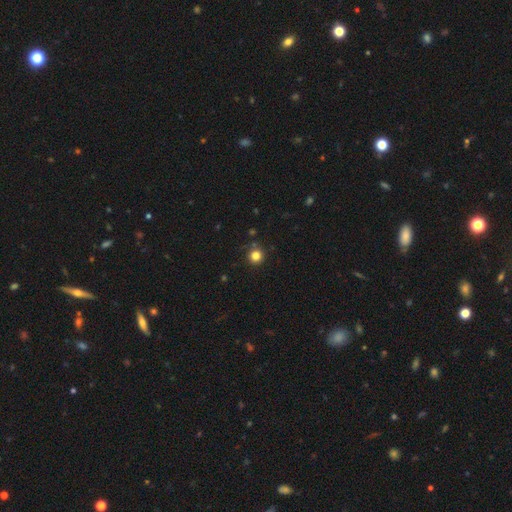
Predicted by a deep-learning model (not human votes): Q: Smooth or featured?
A: smooth (82%); runner-up: star or artifact (13%)
Q: How rounded?
A: round (95%); runner-up: in between (4%)
Q: Merging?
A: none (86%); runner-up: minor disturbance (9%)